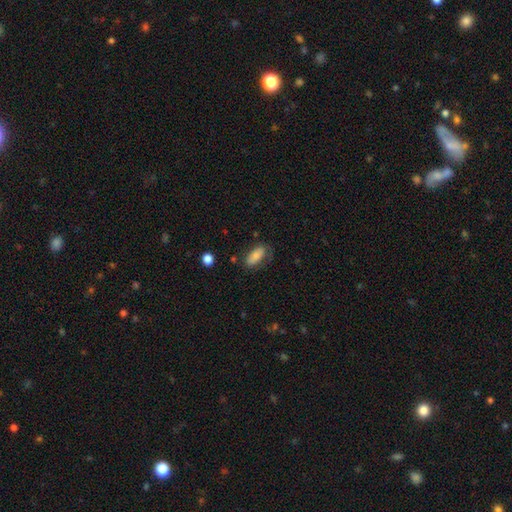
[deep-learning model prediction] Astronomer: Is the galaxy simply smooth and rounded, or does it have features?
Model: smooth — 77%.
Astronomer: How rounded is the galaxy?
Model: in between — 88%.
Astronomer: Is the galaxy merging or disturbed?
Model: none — 60%.